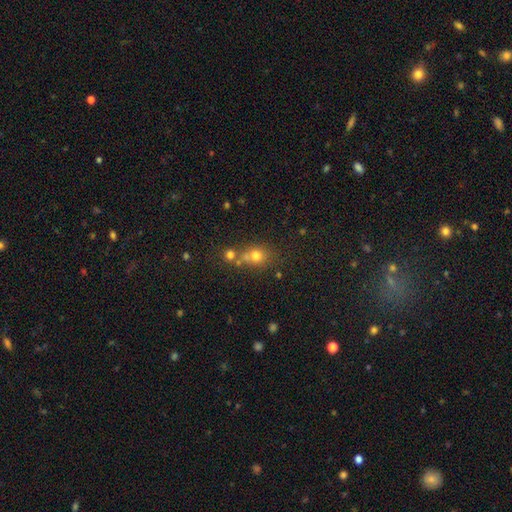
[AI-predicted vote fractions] This is likely a smooth galaxy (69%). How rounded: likely round (76%). Merging: possibly none (51%).